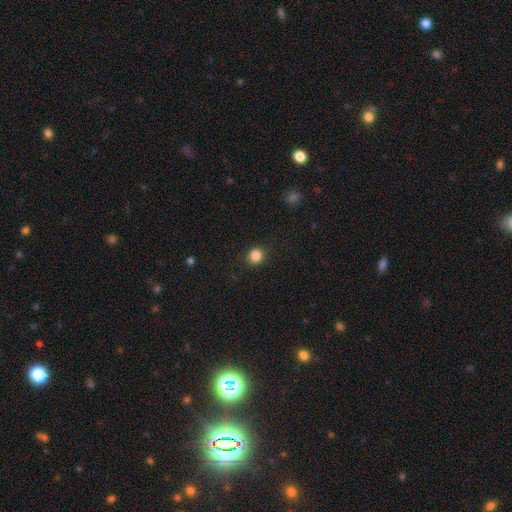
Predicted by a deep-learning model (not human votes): This appears to be a smooth galaxy with no disk features (86%) that is round (89%). Merging: none (90%).